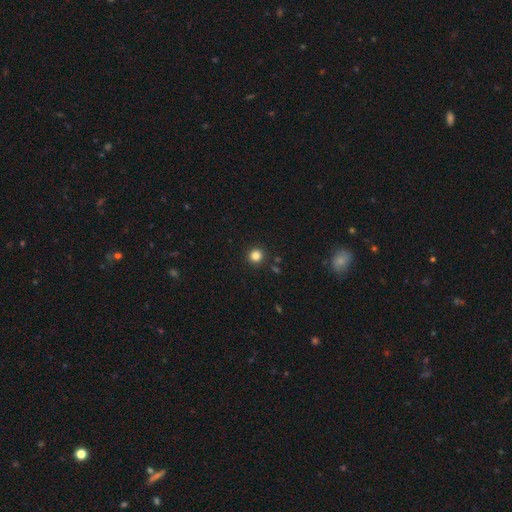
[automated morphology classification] Overall: smooth (83%). How rounded: round (94%). Merging: none (91%).